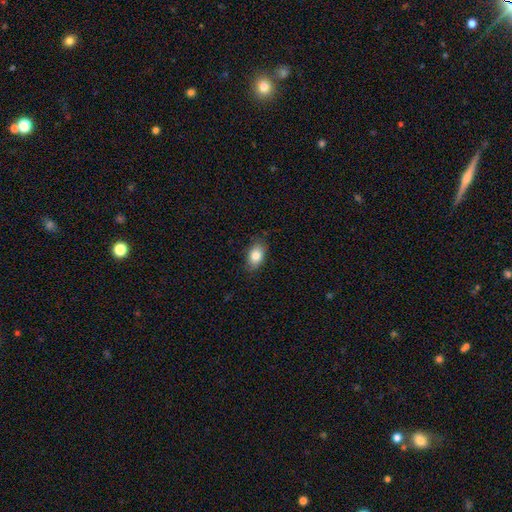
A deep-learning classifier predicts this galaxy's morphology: Smooth or featured? Predicted: smooth (p=0.83). How rounded? Predicted: in between (p=0.89). Merging? Predicted: none (p=0.84).